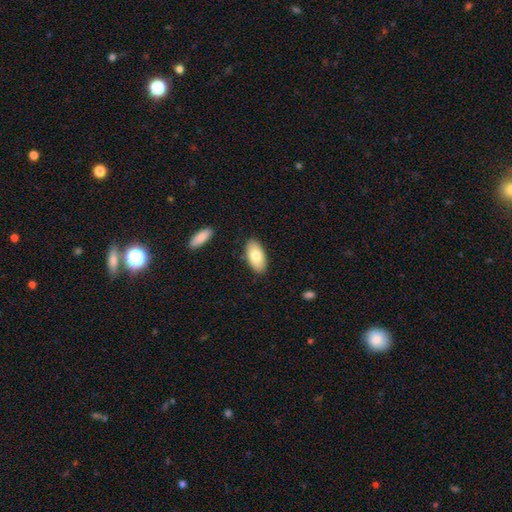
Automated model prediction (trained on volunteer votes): A smooth galaxy with no disk features (77%) that is in between round and cigar-shaped (94%).

Vote fractions:
- Smooth or featured? smooth: 77% / featured or disk: 17% / star or artifact: 6%
- How rounded? in between: 94% / cigar-shaped: 3% / round: 2%
- Merging? none: 87% / minor disturbance: 9% / merger: 2% / major disturbance: 2%